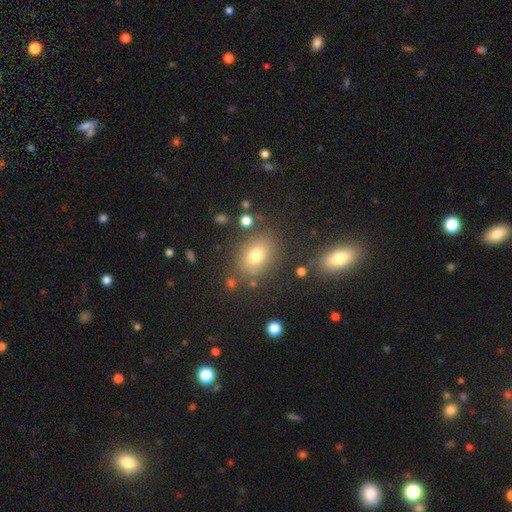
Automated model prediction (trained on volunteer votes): Smooth or featured?
  - smooth: 74% *
  - star or artifact: 14%
  - featured or disk: 12%
How rounded?
  - in between: 59% *
  - round: 39%
  - cigar-shaped: 1%
Merging?
  - none: 78% *
  - minor disturbance: 12%
  - merger: 5%
  - major disturbance: 4%